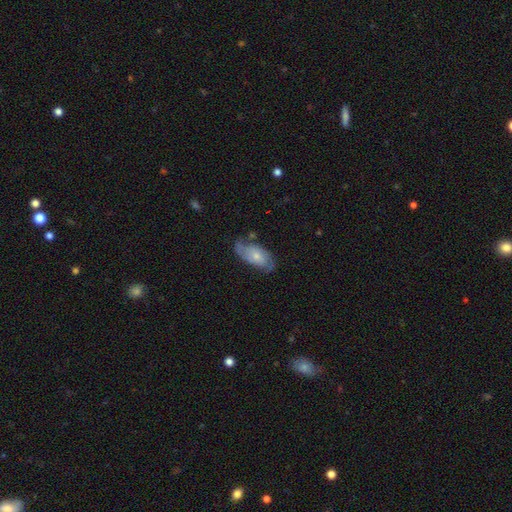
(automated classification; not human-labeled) This is possibly a featured or disk galaxy (52%). It is clearly not viewed edge-on (92%). Merging: possibly none (55%).